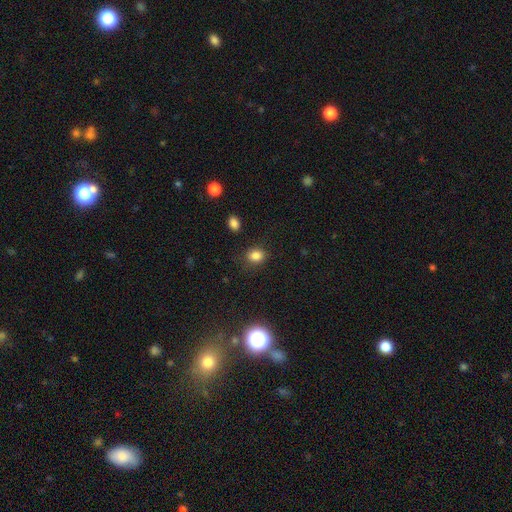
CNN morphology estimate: Smooth or featured? smooth (83%)
How rounded? round (52%)
Merging? none (82%)